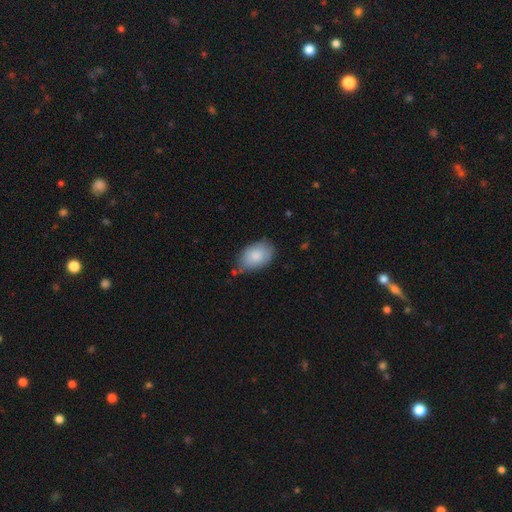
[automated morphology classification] Smooth or featured: smooth — 85% (featured or disk — 9%)
How rounded: in between — 91% (round — 8%)
Merging: none — 66% (minor disturbance — 26%)